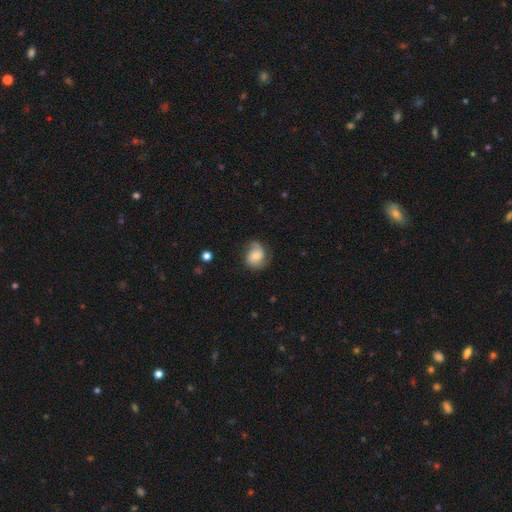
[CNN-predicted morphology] Overall: smooth (46%; featured or disk 45%). Merging: none (60%; minor disturbance 26%).